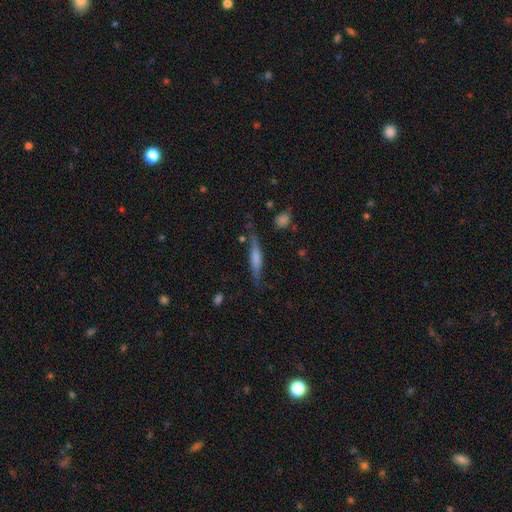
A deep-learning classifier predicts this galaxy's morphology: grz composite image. It shows a smooth galaxy with no disk features (56%) that is cigar-shaped (89%). Merging: none (77%).